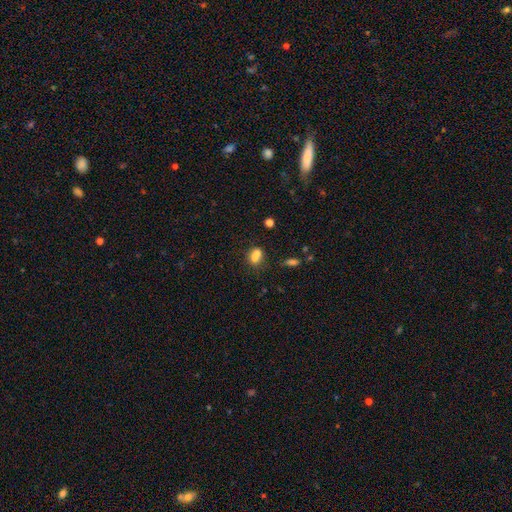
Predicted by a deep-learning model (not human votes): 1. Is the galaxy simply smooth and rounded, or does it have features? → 71% smooth, 17% featured or disk, 13% star or artifact.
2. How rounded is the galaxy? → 50% round, 48% in between, 2% cigar-shaped.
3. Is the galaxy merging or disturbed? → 53% merger, 31% none, 11% minor disturbance, 5% major disturbance.